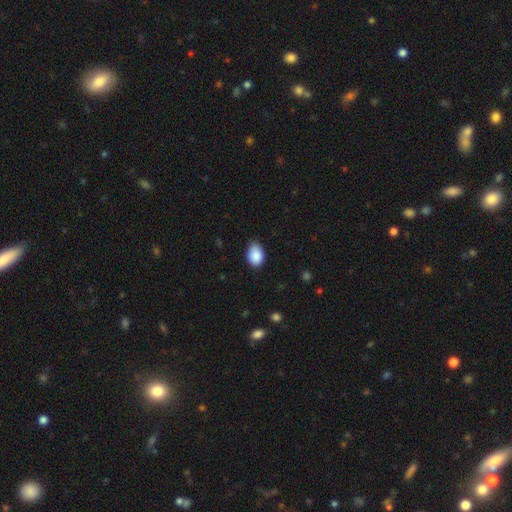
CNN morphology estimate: Smooth or featured? smooth (88%)
How rounded? in between (82%)
Merging? none (69%)